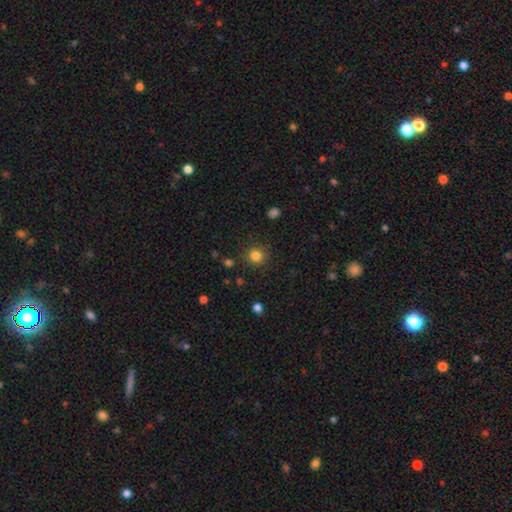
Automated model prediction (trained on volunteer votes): smooth 83%, star or artifact 12%, featured or disk 5%. Down the decision tree: how rounded — round (91%); merging — none (87%).